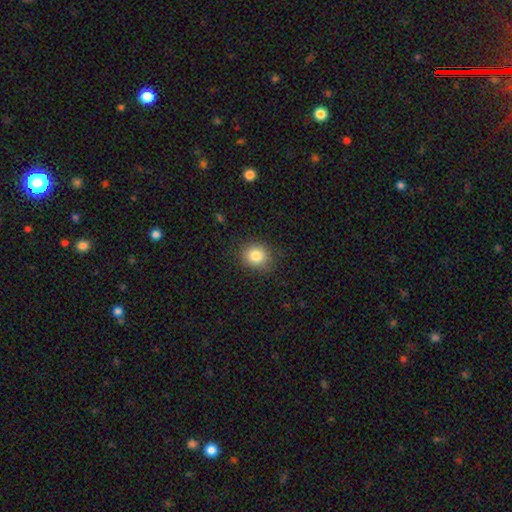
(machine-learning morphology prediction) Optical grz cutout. It shows a smooth galaxy with no disk features (83%) that is round (73%). Merging: none (85%).